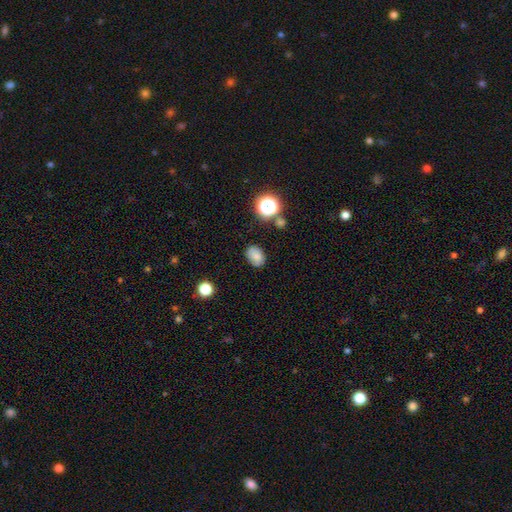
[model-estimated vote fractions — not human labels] Smooth or featured?
  - smooth: 81% *
  - star or artifact: 12%
  - featured or disk: 7%
How rounded?
  - in between: 74% *
  - round: 25%
  - cigar-shaped: 1%
Merging?
  - none: 78% *
  - minor disturbance: 16%
  - major disturbance: 4%
  - merger: 2%